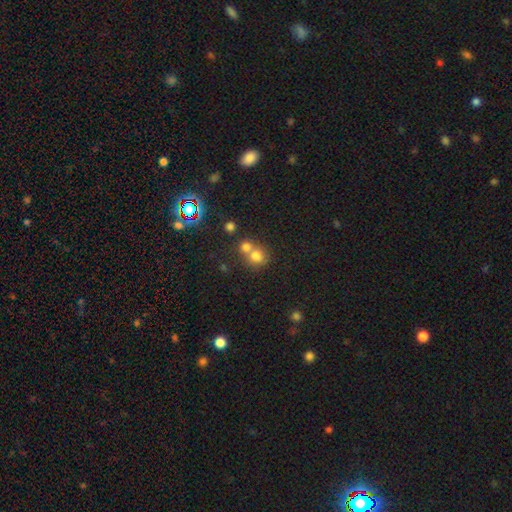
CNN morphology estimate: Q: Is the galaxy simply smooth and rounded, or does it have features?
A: smooth — 73%.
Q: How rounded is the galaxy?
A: round — 75%.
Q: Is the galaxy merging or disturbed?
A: merger — 54%.